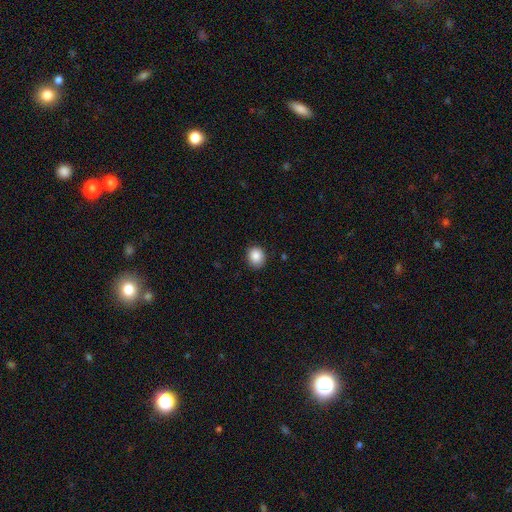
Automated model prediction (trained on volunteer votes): Morphology: type=smooth (87%); roundness=round (73%); merging=none (87%).